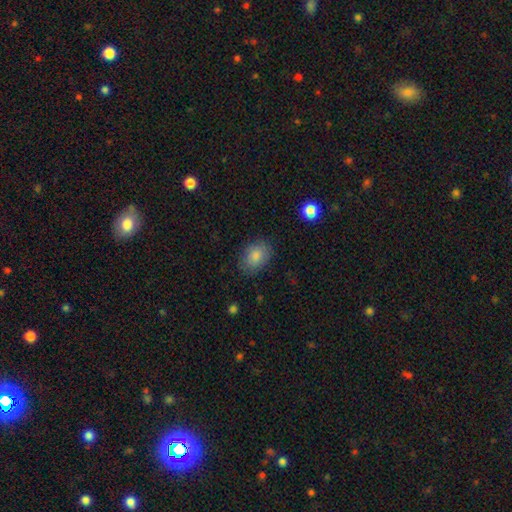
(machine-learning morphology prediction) A smooth galaxy with no disk features (84%) that is in between round and cigar-shaped (69%). Merging: none (81%).